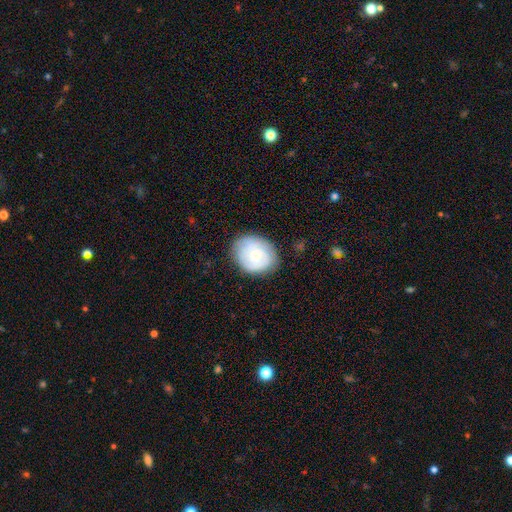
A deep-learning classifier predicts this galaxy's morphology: Smooth or featured? smooth (54%)
How rounded? round (60%)
Merging? none (75%)